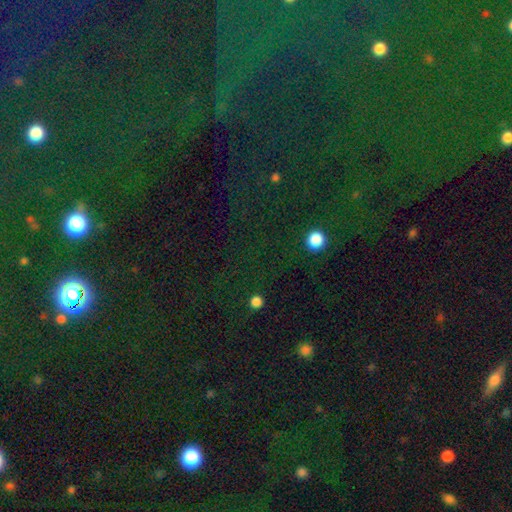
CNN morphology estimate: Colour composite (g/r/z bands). It shows a star or artifact, not a galaxy (75%).